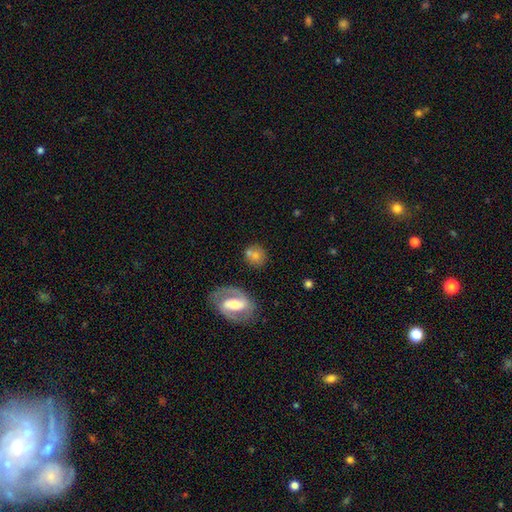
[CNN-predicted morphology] Smooth or featured?
  - smooth: 59% *
  - featured or disk: 30%
  - star or artifact: 10%
How rounded?
  - round: 75% *
  - in between: 22%
  - cigar-shaped: 2%
Merging?
  - none: 67% *
  - merger: 15%
  - minor disturbance: 12%
  - major disturbance: 5%